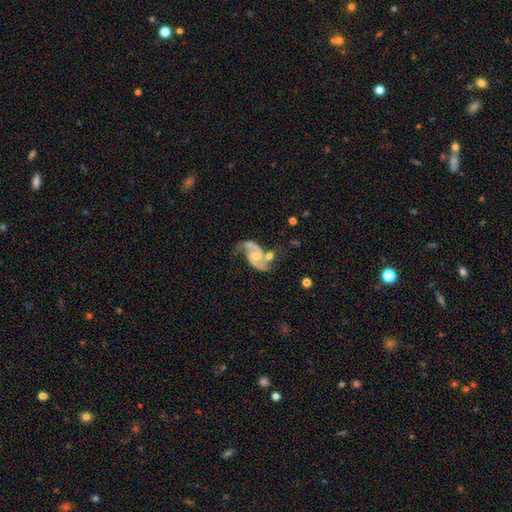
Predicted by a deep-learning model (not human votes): A featured or disk galaxy (89%) with no bar (52%), 2 (91%) medium (48%) spiral arms (96%) and a small central bulge (52%). Merging: none (47%).